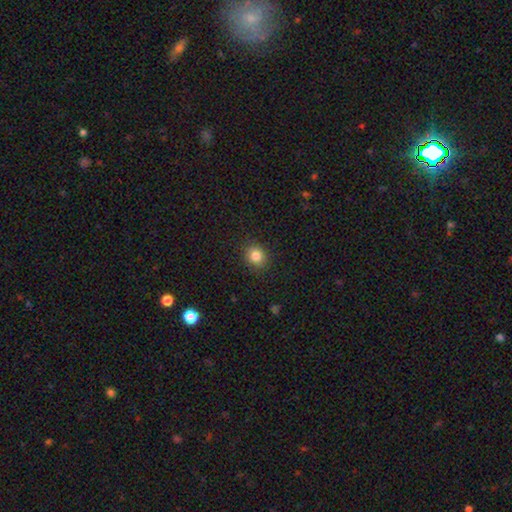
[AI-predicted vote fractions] A smooth galaxy with no disk features (84%) that is round (78%).

Vote fractions:
- Smooth or featured? smooth: 84% / star or artifact: 11% / featured or disk: 5%
- How rounded? round: 78% / in between: 22% / cigar-shaped: 1%
- Merging? none: 89% / minor disturbance: 8% / major disturbance: 2% / merger: 1%